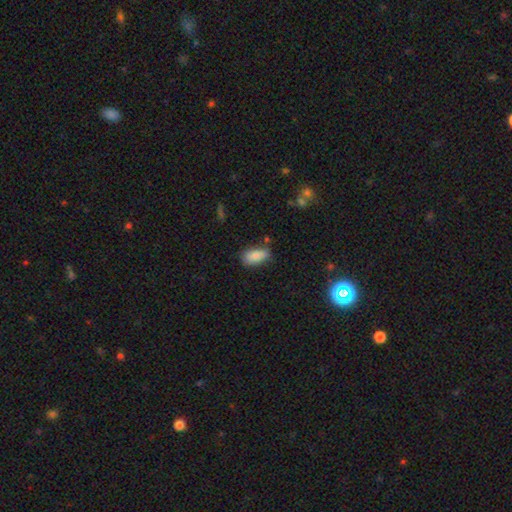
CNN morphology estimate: smooth_or_featured: smooth (p=0.84) [alt: featured or disk p=0.08]
how_rounded: in between (p=0.90) [alt: cigar-shaped p=0.06]
merging: none (p=0.69) [alt: minor disturbance p=0.23]